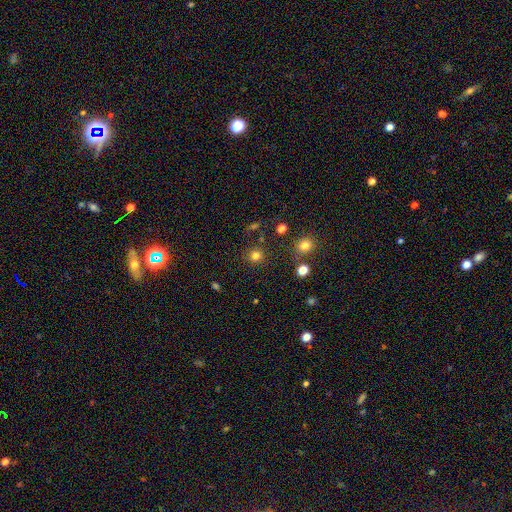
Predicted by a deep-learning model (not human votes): Smooth or featured: smooth — 79% (star or artifact — 16%)
How rounded: round — 90% (in between — 9%)
Merging: none — 84% (minor disturbance — 9%)